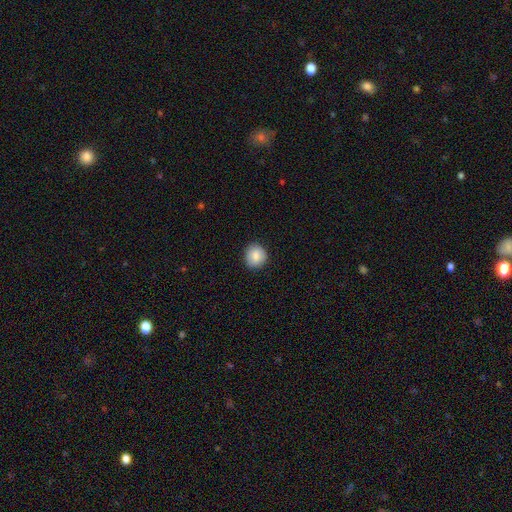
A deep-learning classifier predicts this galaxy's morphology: Overall: smooth (86%). How rounded: round (87%). Merging: none (89%).